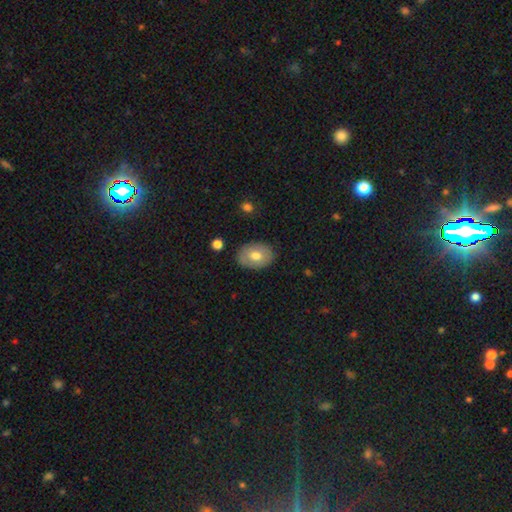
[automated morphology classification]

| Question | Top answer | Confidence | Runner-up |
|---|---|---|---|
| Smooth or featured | smooth | 69% | featured or disk (24%) |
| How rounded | in between | 77% | round (22%) |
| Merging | none | 85% | minor disturbance (11%) |